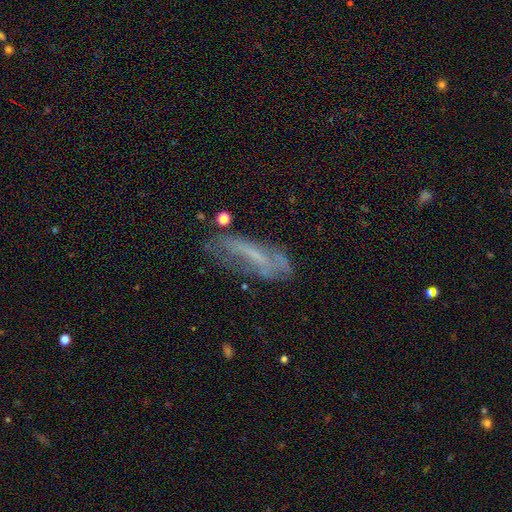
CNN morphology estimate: Smooth or featured?
  - featured or disk: 53% *
  - smooth: 34%
  - star or artifact: 13%
Edge-on disk?
  - no: 73% *
  - yes: 27%
Merging?
  - none: 48% *
  - minor disturbance: 26%
  - major disturbance: 20%
  - merger: 5%